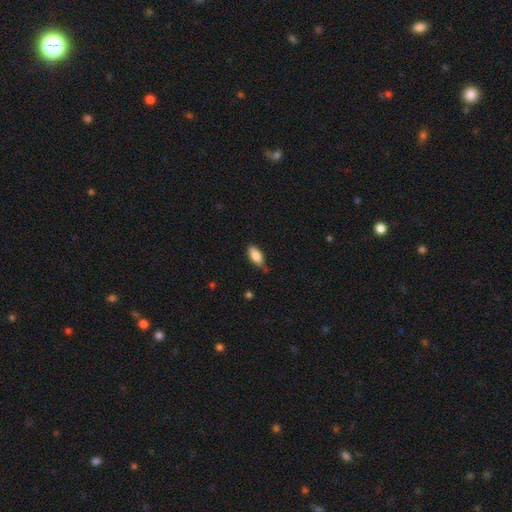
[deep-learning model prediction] Morphology: type=smooth (82%); roundness=in between (86%); merging=none (75%).